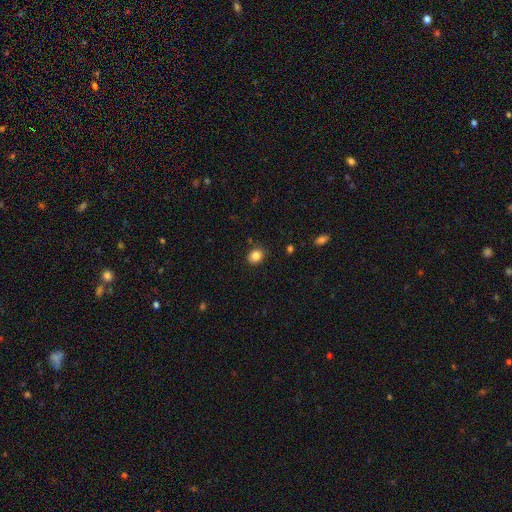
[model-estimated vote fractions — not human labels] smooth 85%, star or artifact 10%, featured or disk 5%. Down the decision tree: how rounded — round (54%); merging — none (86%).